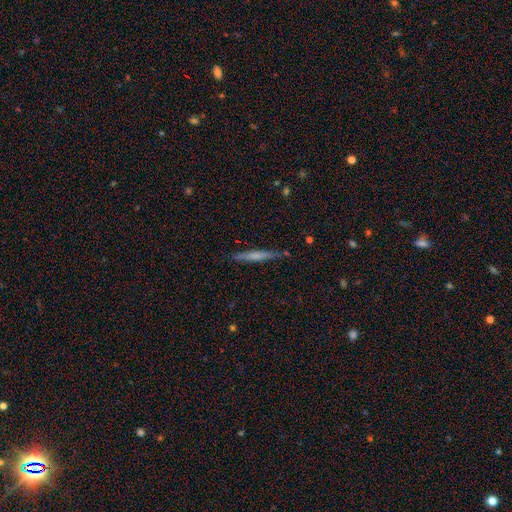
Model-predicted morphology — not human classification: A smooth galaxy with no disk features (51%) that is cigar-shaped (95%). Merging: none (85%).